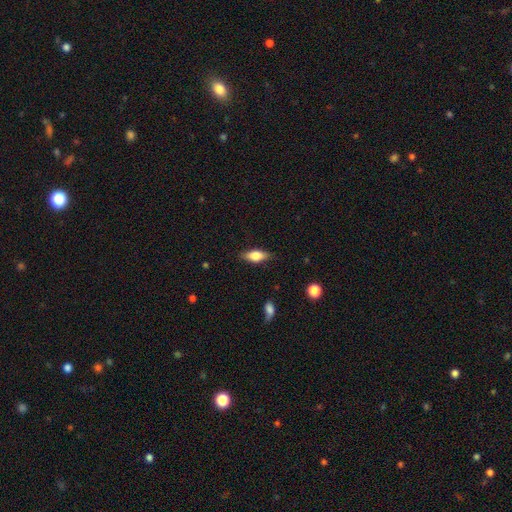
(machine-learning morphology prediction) Smooth or featured: smooth — 66% (featured or disk — 27%)
How rounded: in between — 74% (cigar-shaped — 22%)
Merging: none — 83% (minor disturbance — 13%)